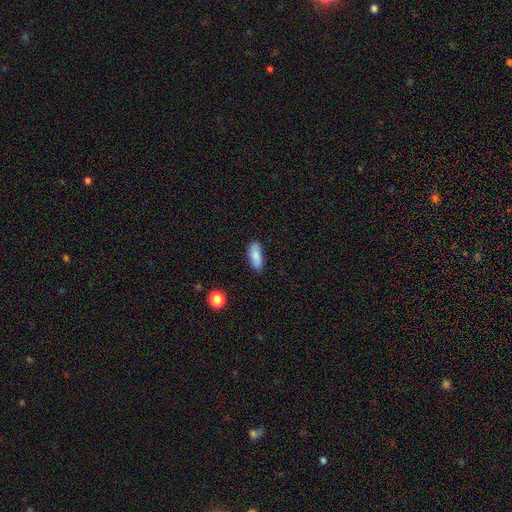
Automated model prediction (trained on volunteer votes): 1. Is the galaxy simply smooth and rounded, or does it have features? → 82% smooth, 11% featured or disk, 7% star or artifact.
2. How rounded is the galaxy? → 73% in between, 24% cigar-shaped, 3% round.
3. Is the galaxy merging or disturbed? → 81% none, 15% minor disturbance, 3% major disturbance, 2% merger.